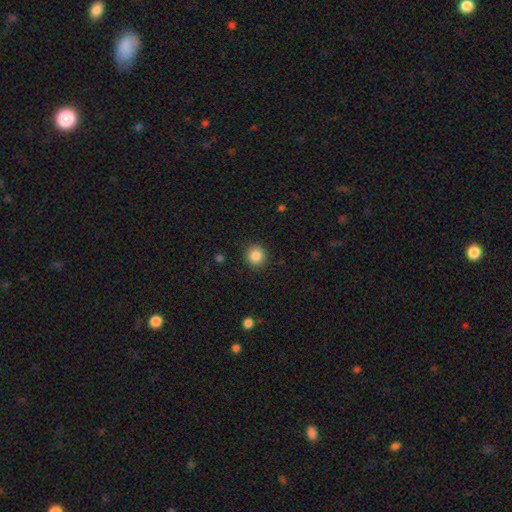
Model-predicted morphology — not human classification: Smooth or featured?
  - smooth: 86% *
  - star or artifact: 10%
  - featured or disk: 4%
How rounded?
  - round: 92% *
  - in between: 7%
  - cigar-shaped: 1%
Merging?
  - none: 91% *
  - minor disturbance: 6%
  - major disturbance: 2%
  - merger: 1%